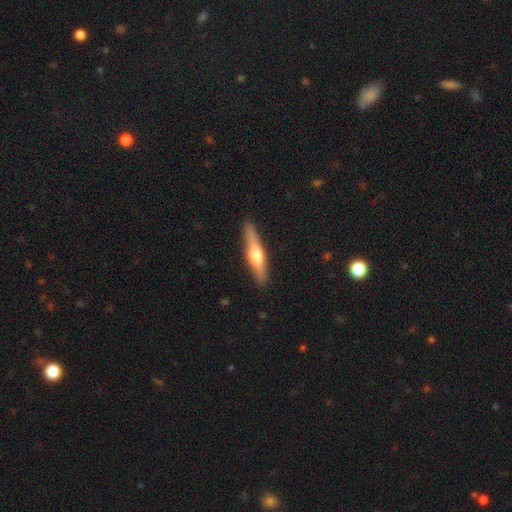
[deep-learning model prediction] Morphology: type=featured or disk (55%); edge-on=yes (95%); edge-on bulge=rounded (87%); merging=none (89%).